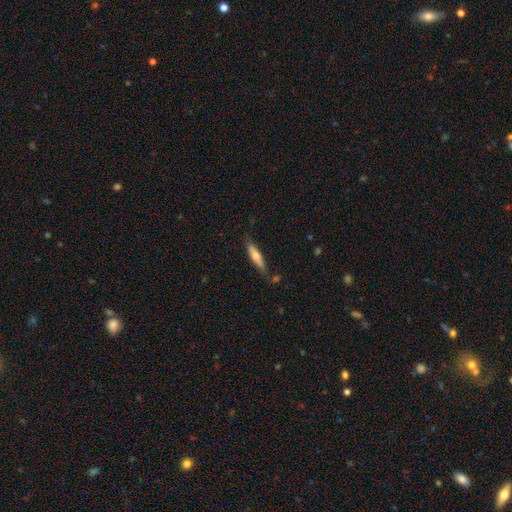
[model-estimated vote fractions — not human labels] A smooth galaxy with no disk features (55%) that is cigar-shaped (79%).

Vote fractions:
- Smooth or featured? smooth: 55% / featured or disk: 39% / star or artifact: 6%
- How rounded? cigar-shaped: 79% / in between: 19% / round: 2%
- Merging? none: 74% / minor disturbance: 18% / merger: 4% / major disturbance: 4%